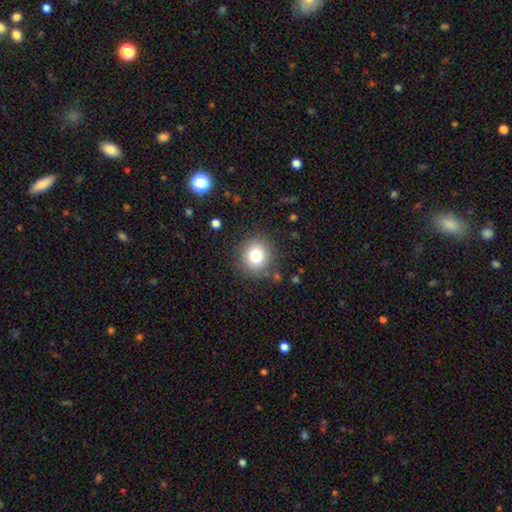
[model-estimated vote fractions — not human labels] Overall: smooth (79%). How rounded: round (88%). Merging: none (86%).